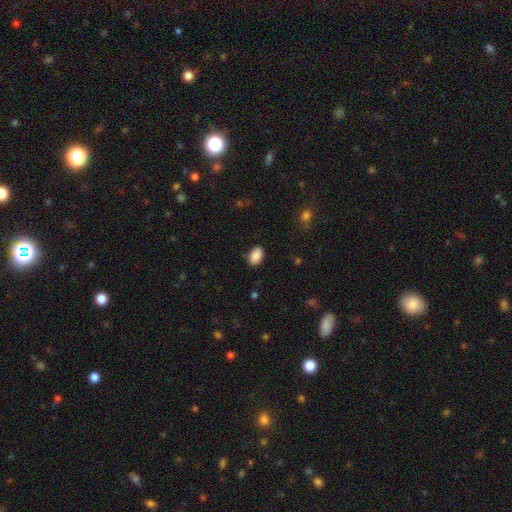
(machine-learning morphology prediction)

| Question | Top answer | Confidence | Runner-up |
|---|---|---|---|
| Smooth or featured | smooth | 89% | star or artifact (7%) |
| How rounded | in between | 89% | round (10%) |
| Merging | none | 84% | minor disturbance (12%) |